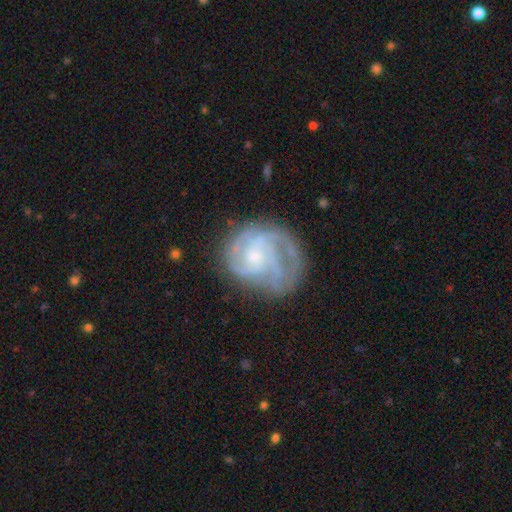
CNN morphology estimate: Smooth or featured? Predicted: featured or disk (p=0.81). Edge-on disk? Predicted: no (p=0.98). Bar? Predicted: no (p=0.69). Spiral arms? Predicted: yes (p=0.92). Spiral winding? Predicted: tight (p=0.51). Spiral arm count? Predicted: 3 (p=0.32). Bulge size? Predicted: small (p=0.55). Merging? Predicted: none (p=0.58).